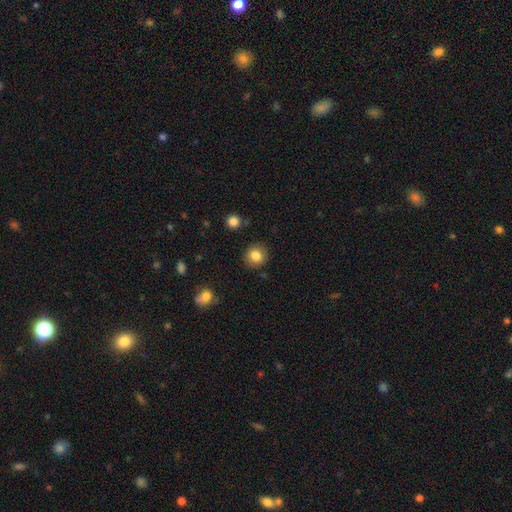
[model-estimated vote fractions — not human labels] smooth 83%, star or artifact 10%, featured or disk 7%. Down the decision tree: how rounded — round (87%); merging — none (89%).